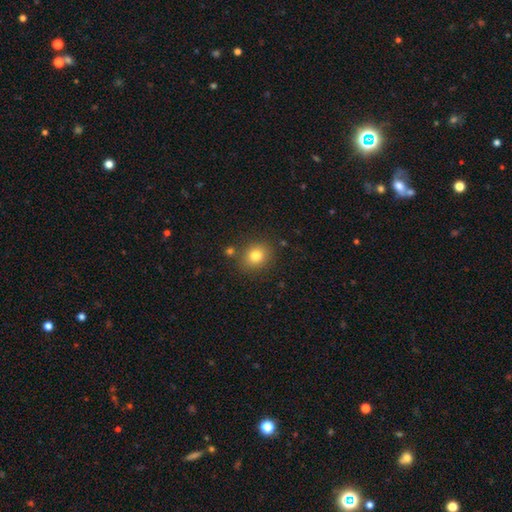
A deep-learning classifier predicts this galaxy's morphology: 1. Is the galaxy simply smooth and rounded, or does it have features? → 80% smooth, 12% star or artifact, 8% featured or disk.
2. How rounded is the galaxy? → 67% round, 32% in between, 1% cigar-shaped.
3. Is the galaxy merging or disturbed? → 82% none, 10% minor disturbance, 5% merger, 3% major disturbance.